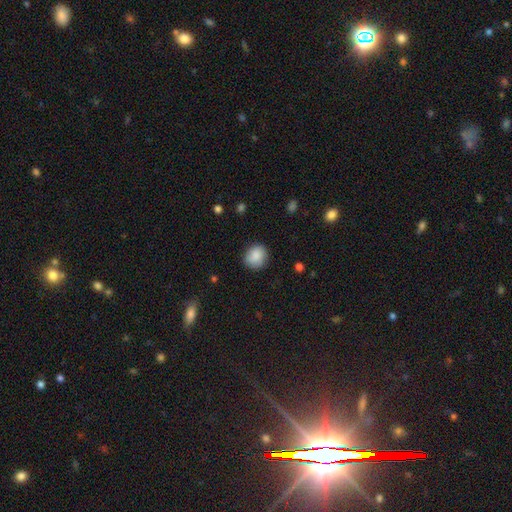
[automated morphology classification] smooth_or_featured: smooth (p=0.86) [alt: star or artifact p=0.07]
how_rounded: round (p=0.79) [alt: in between p=0.20]
merging: none (p=0.82) [alt: minor disturbance p=0.13]